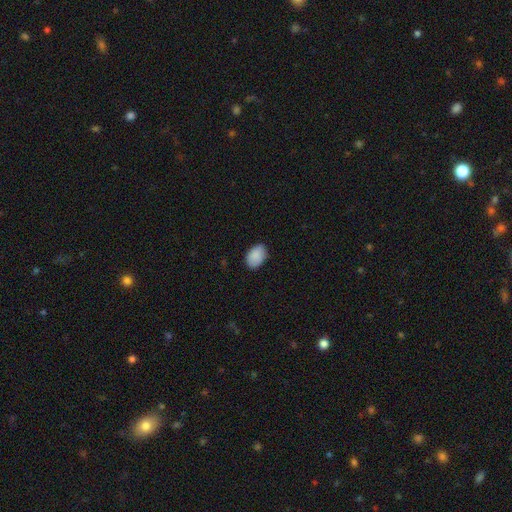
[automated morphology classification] Overall: smooth (89%). How rounded: in between (87%). Merging: none (81%).